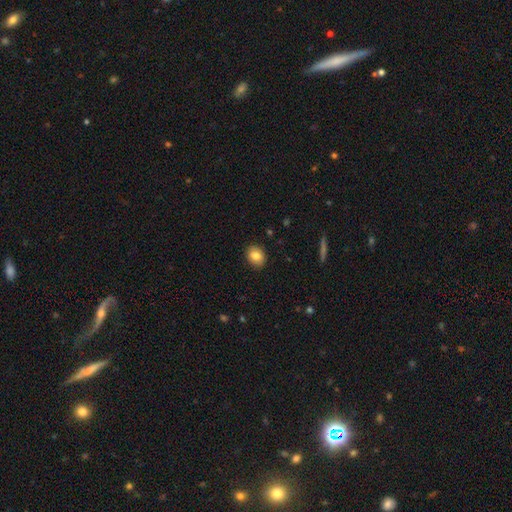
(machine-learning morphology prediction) Smooth or featured? smooth (83%)
How rounded? round (50%)
Merging? none (89%)